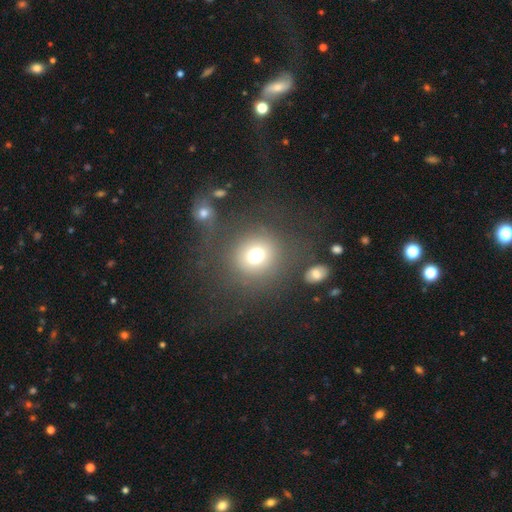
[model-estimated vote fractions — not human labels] This is likely a smooth galaxy (72%). How rounded: clearly round (87%). Merging: likely none (73%).